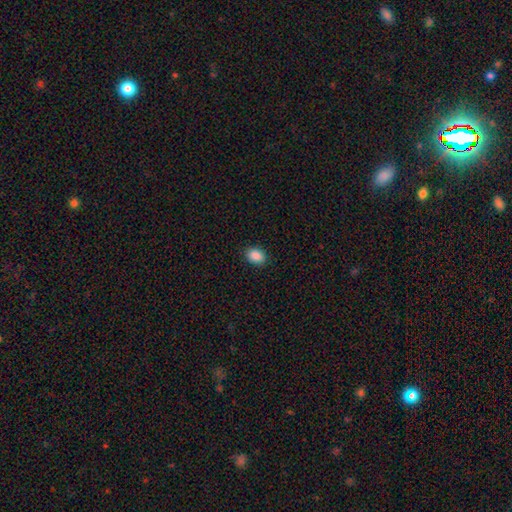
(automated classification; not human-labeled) Overall: smooth (89%). How rounded: in between (72%). Merging: none (90%).